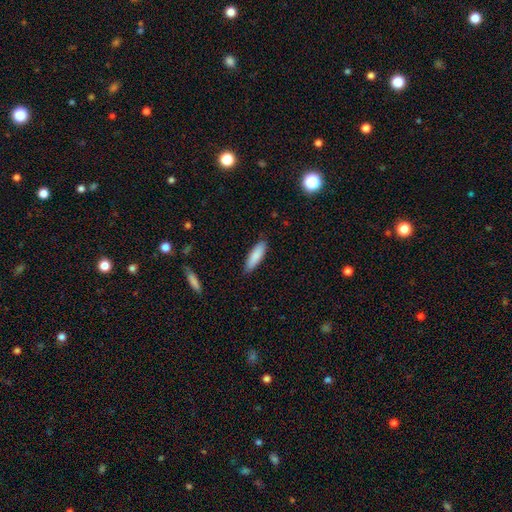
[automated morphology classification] Smooth or featured? Predicted: smooth (p=0.87). How rounded? Predicted: cigar-shaped (p=0.56). Merging? Predicted: none (p=0.85).